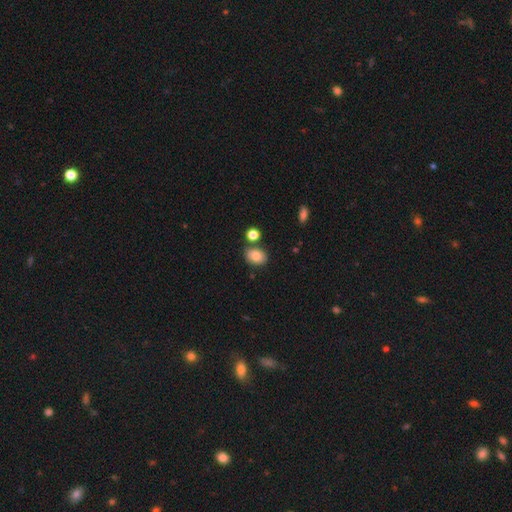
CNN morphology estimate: The model was most divided on "how rounded": in between: 60%, round: 39%, cigar-shaped: 1%. More confident: smooth or featured — smooth (81%); merging — none (76%).